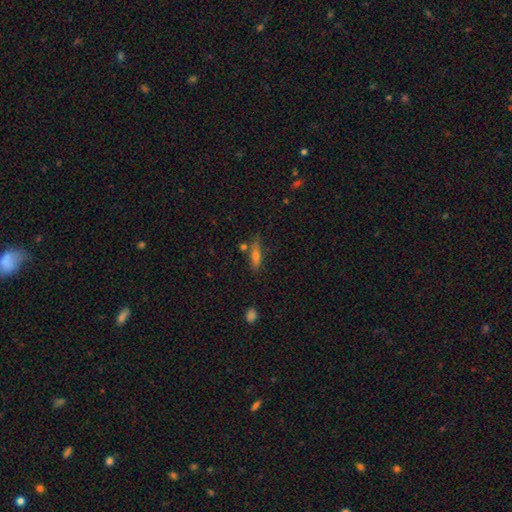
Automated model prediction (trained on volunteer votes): A smooth galaxy with no disk features (61%) that is cigar-shaped (54%).

Vote fractions:
- Smooth or featured? smooth: 61% / featured or disk: 28% / star or artifact: 11%
- How rounded? cigar-shaped: 54% / in between: 42% / round: 4%
- Merging? none: 67% / minor disturbance: 19% / merger: 9% / major disturbance: 5%